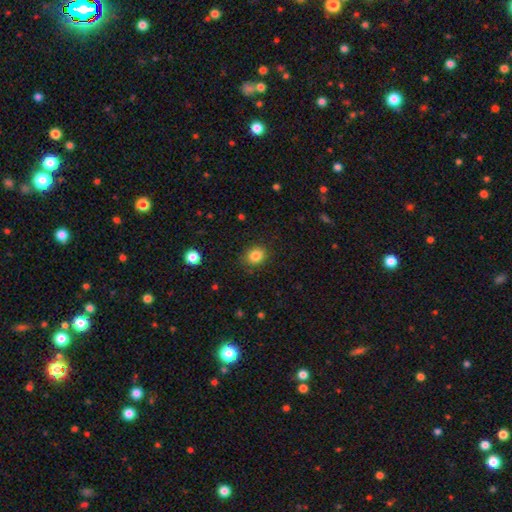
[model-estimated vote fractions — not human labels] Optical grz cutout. It shows a smooth galaxy with no disk features (85%) that is round (65%). Merging: none (84%).